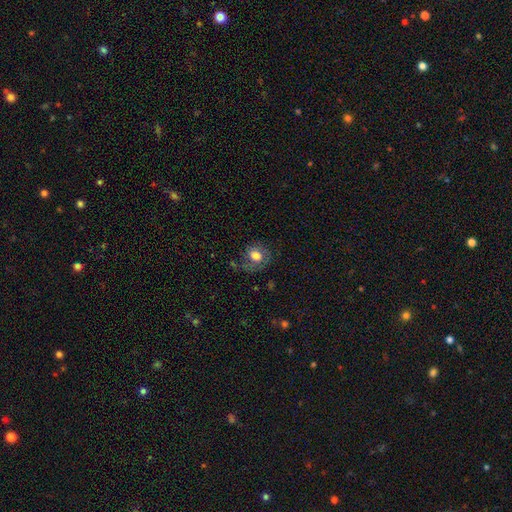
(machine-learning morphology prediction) A smooth galaxy with no disk features (70%) that is round (68%).

Vote fractions:
- Smooth or featured? smooth: 70% / featured or disk: 21% / star or artifact: 9%
- How rounded? round: 68% / in between: 31% / cigar-shaped: 1%
- Merging? none: 59% / minor disturbance: 23% / major disturbance: 15% / merger: 3%